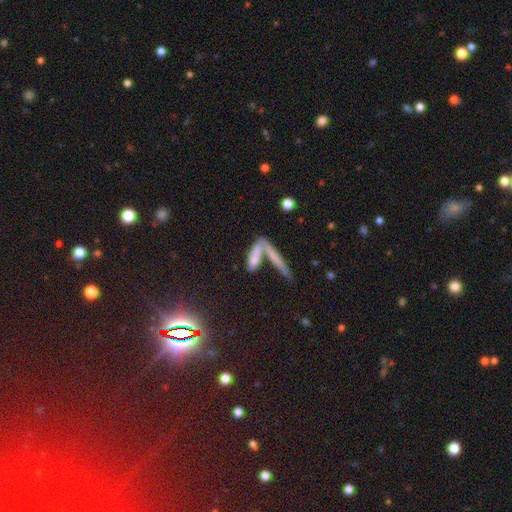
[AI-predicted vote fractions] Overall: smooth (65%). How rounded: cigar-shaped (73%). Merging: none (44%; merger 38%).